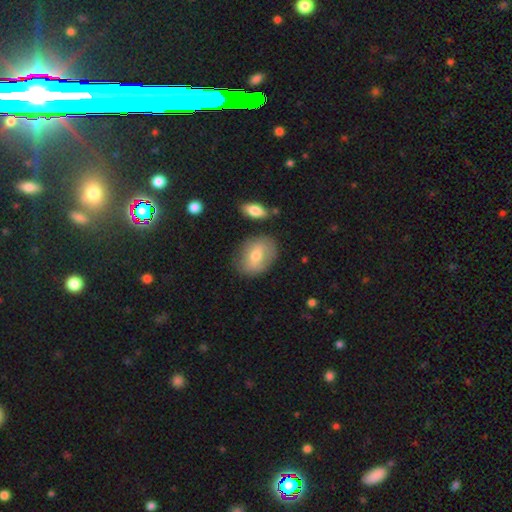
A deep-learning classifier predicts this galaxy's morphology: Smooth or featured? smooth (60%)
How rounded? in between (71%)
Merging? none (73%)